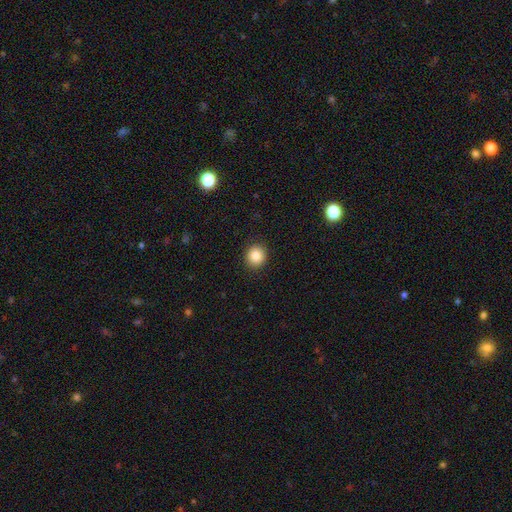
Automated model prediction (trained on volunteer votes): Smooth or featured? Predicted: smooth (p=0.85). How rounded? Predicted: round (p=0.88). Merging? Predicted: none (p=0.92).